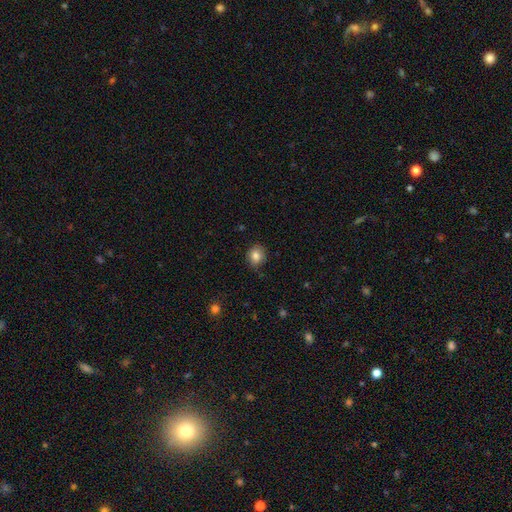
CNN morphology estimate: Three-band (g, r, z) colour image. It shows a smooth galaxy with no disk features (83%) that is round (74%). Merging: none (80%).